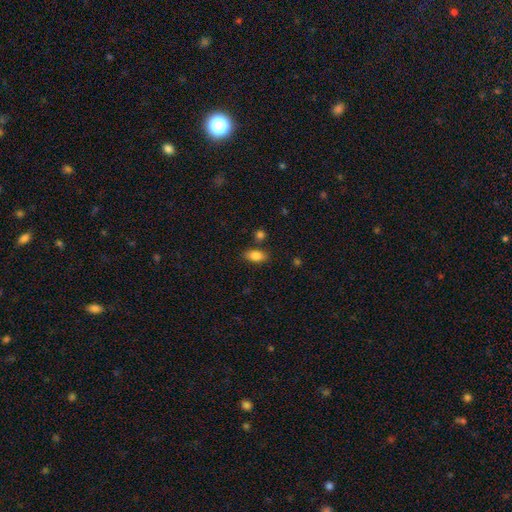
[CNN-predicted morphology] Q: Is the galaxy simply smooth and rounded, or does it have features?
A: smooth — 84%.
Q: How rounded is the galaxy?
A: in between — 88%.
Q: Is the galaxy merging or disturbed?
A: none — 80%.